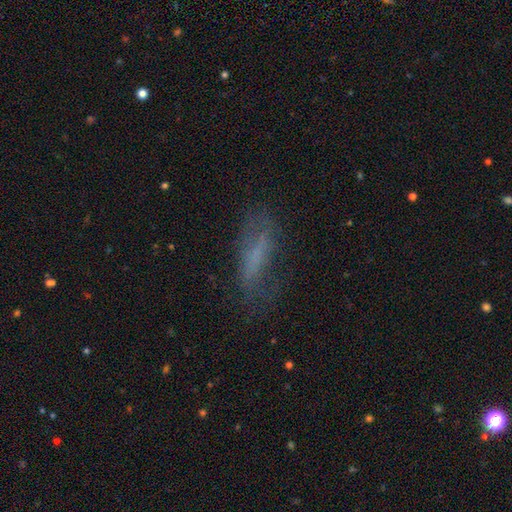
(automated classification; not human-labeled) smooth_or_featured: smooth (p=0.49) [alt: featured or disk p=0.36]
merging: none (p=0.58) [alt: minor disturbance p=0.24]